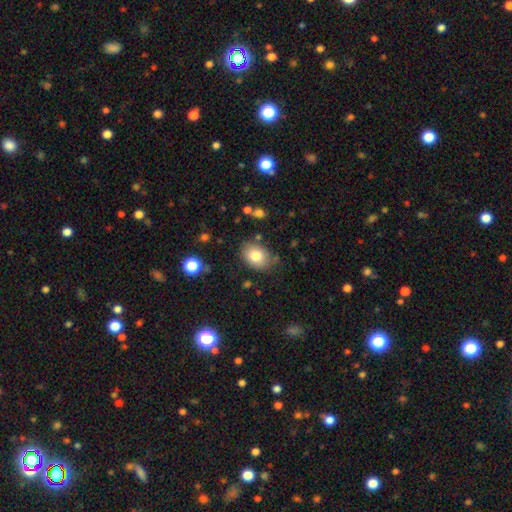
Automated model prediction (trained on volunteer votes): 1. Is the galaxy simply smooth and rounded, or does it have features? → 80% smooth, 11% featured or disk, 9% star or artifact.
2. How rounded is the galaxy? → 70% in between, 29% round, 1% cigar-shaped.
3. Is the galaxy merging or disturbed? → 78% none, 15% minor disturbance, 4% major disturbance, 3% merger.